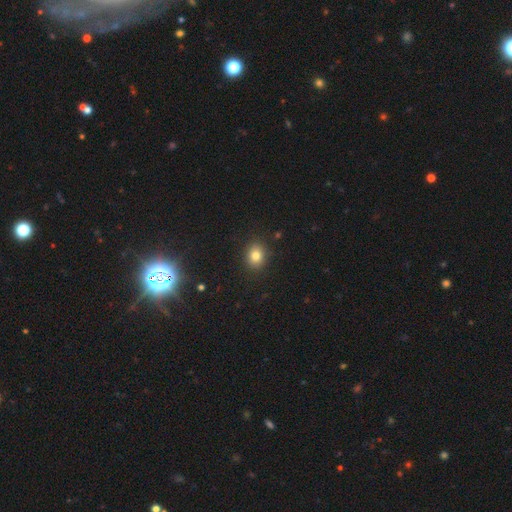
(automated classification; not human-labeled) A smooth galaxy with no disk features (81%) that is round (56%).

Vote fractions:
- Smooth or featured? smooth: 81% / star or artifact: 12% / featured or disk: 7%
- How rounded? round: 56% / in between: 43% / cigar-shaped: 1%
- Merging? none: 89% / minor disturbance: 8% / major disturbance: 2% / merger: 1%